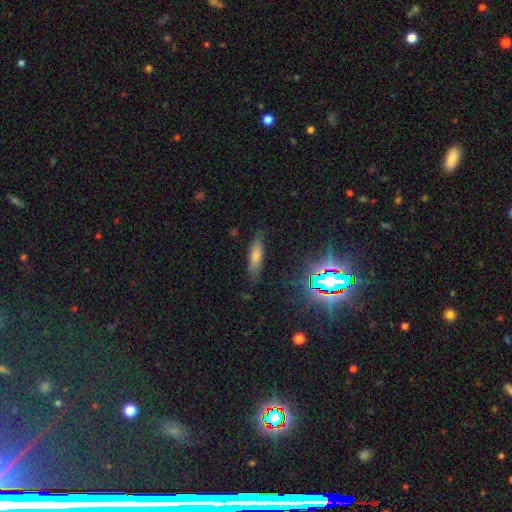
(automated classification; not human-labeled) A smooth galaxy with no disk features (54%) that is cigar-shaped (58%).

Vote fractions:
- Smooth or featured? smooth: 54% / star or artifact: 25% / featured or disk: 21%
- How rounded? cigar-shaped: 58% / in between: 39% / round: 4%
- Merging? none: 82% / minor disturbance: 13% / major disturbance: 3% / merger: 2%